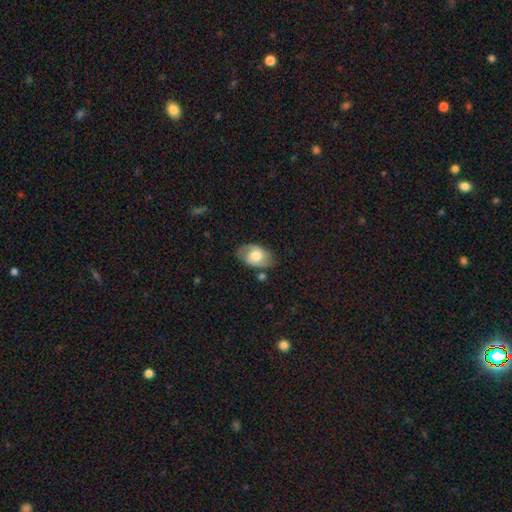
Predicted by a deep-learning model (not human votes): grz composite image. It shows a smooth galaxy with no disk features (47%). Merging: none (66%).